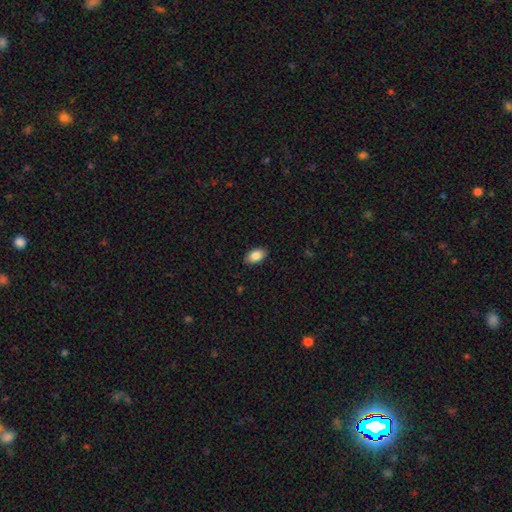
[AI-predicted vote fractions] Smooth or featured? Predicted: smooth (p=0.87). How rounded? Predicted: in between (p=0.93). Merging? Predicted: none (p=0.89).